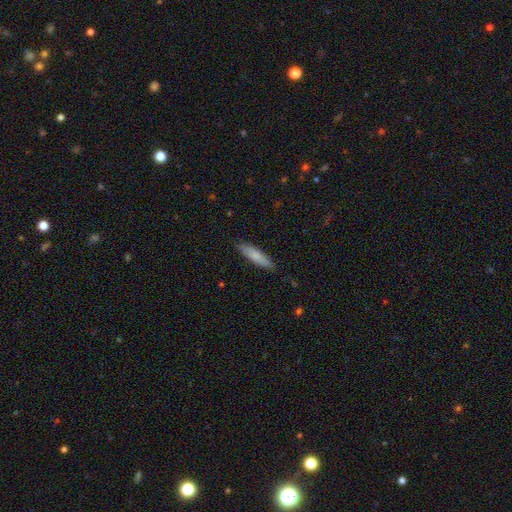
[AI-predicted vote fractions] smooth-or-featured: smooth: 80% | featured or disk: 14% | star or artifact: 5%
  how-rounded: cigar-shaped: 74% | in between: 24% | round: 1%
  merging: none: 87% | minor disturbance: 10% | major disturbance: 2% | merger: 1%